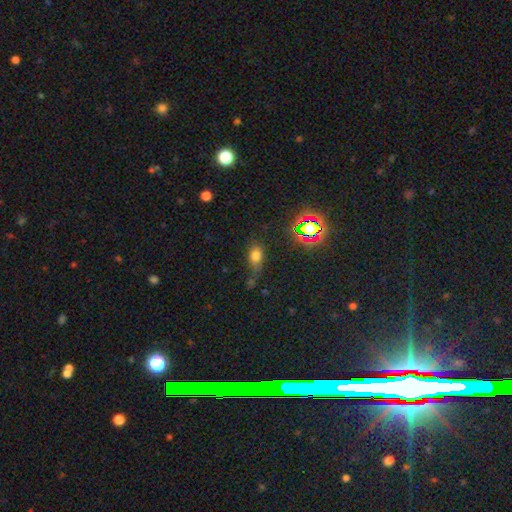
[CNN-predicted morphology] Smooth or featured: smooth — 67% (star or artifact — 22%)
How rounded: in between — 67% (round — 27%)
Merging: none — 51% (minor disturbance — 25%)